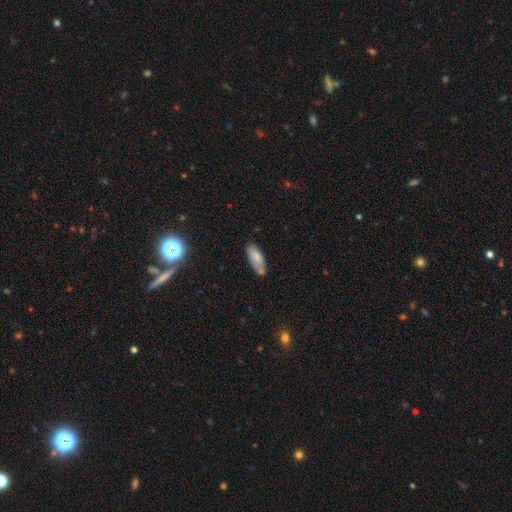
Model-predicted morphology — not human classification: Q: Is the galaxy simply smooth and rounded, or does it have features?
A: smooth — 73%.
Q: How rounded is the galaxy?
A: in between — 71%.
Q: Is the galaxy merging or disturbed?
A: none — 66%.